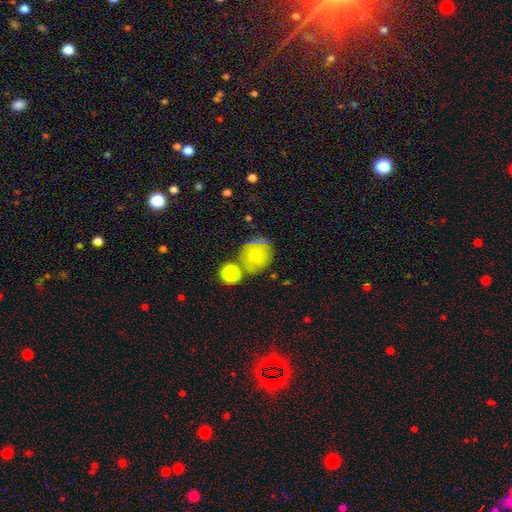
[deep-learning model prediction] Morphology: type=smooth (66%); roundness=round (80%); merging=none (55%).